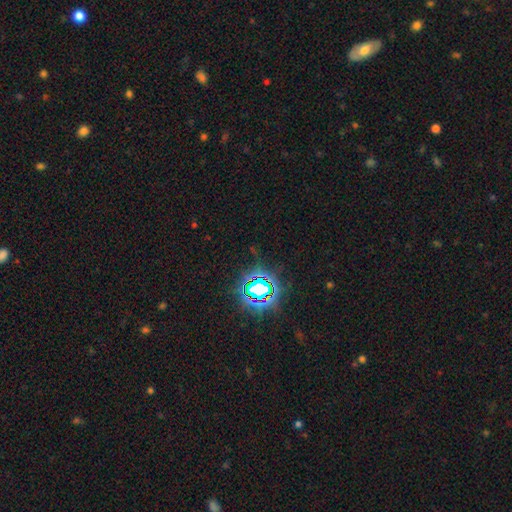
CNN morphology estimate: This appears to be a star or artifact, not a galaxy (80%).